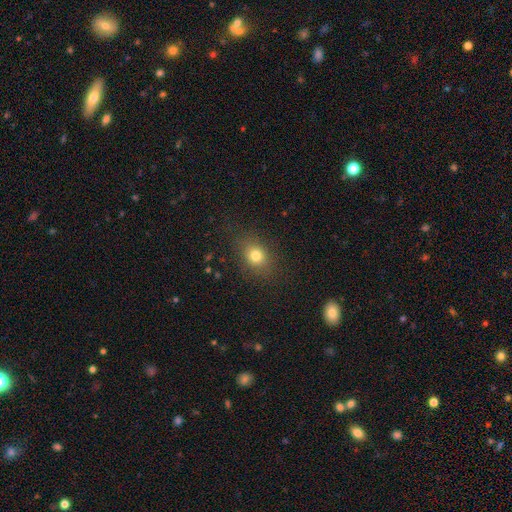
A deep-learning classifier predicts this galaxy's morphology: type=smooth (78%); roundness=in between (52%); merging=none (82%).